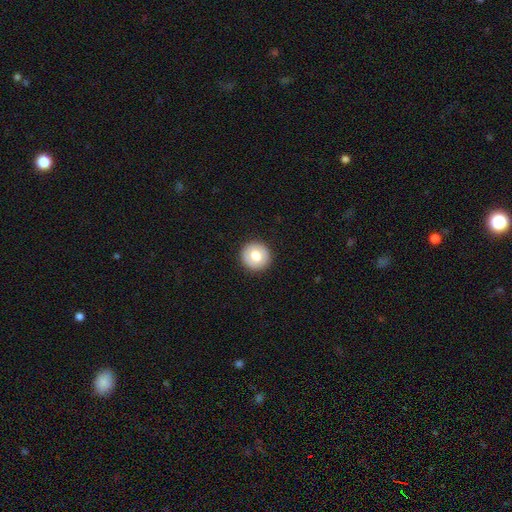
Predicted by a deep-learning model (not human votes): Morphology: type=smooth (75%); roundness=round (95%); merging=none (92%).